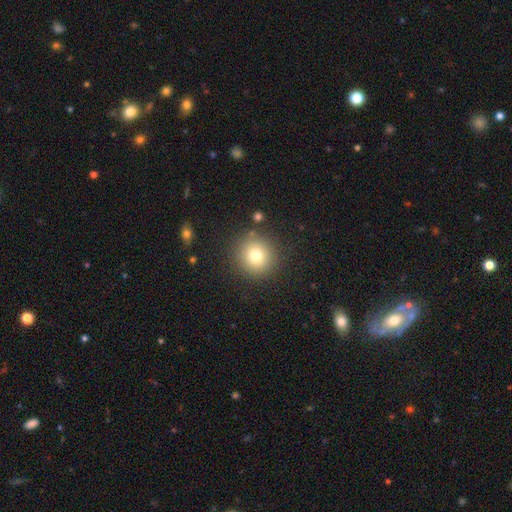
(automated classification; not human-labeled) smooth_or_featured: smooth (p=0.78) [alt: star or artifact p=0.13]
how_rounded: round (p=0.93) [alt: in between p=0.06]
merging: none (p=0.87) [alt: minor disturbance p=0.07]